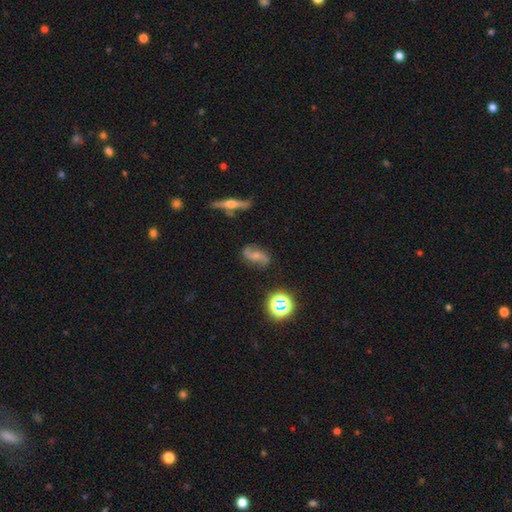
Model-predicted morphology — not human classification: type=featured or disk (77%); edge-on=no (95%); bar=no (55%); spiral arms=yes (95%); winding=loose (64%); arm count=2 (92%); bulge=small (49%); merging=none (78%).